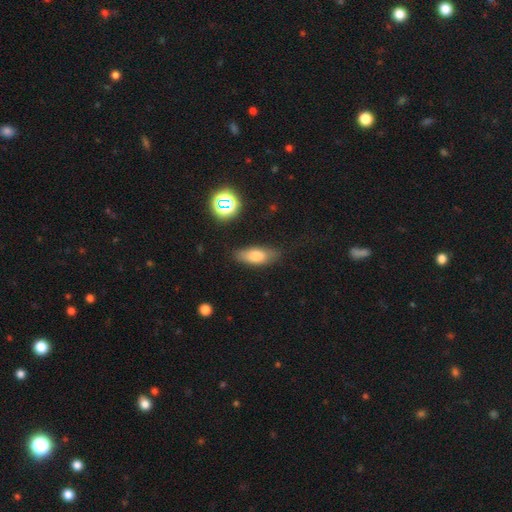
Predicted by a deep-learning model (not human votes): Smooth or featured: smooth — 75% (featured or disk — 16%)
How rounded: in between — 76% (cigar-shaped — 20%)
Merging: none — 77% (minor disturbance — 17%)